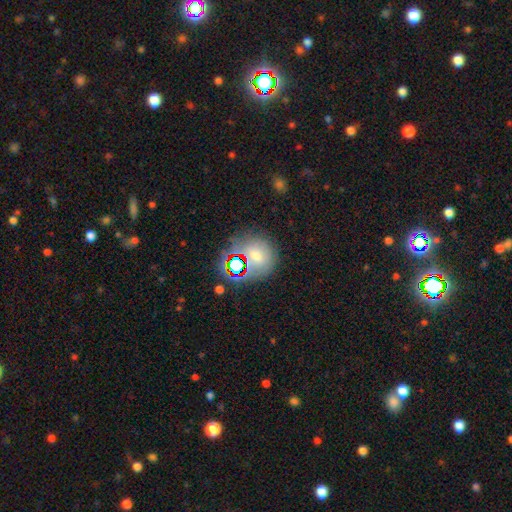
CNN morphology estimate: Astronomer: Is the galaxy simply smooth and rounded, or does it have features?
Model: smooth — 44% (runner-up: star or artifact, 37%).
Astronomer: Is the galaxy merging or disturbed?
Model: none — 69%.